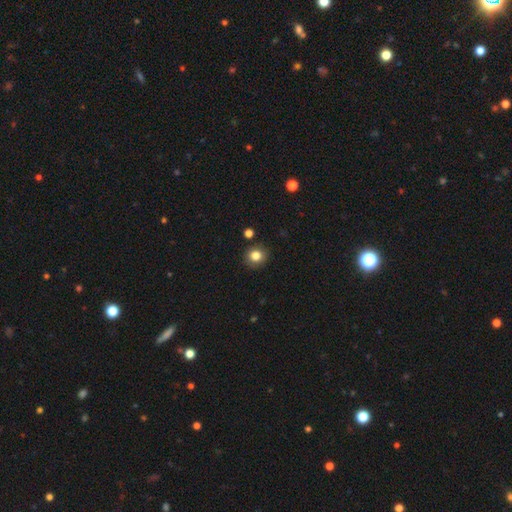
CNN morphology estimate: Smooth or featured? smooth (82%)
How rounded? round (83%)
Merging? none (86%)